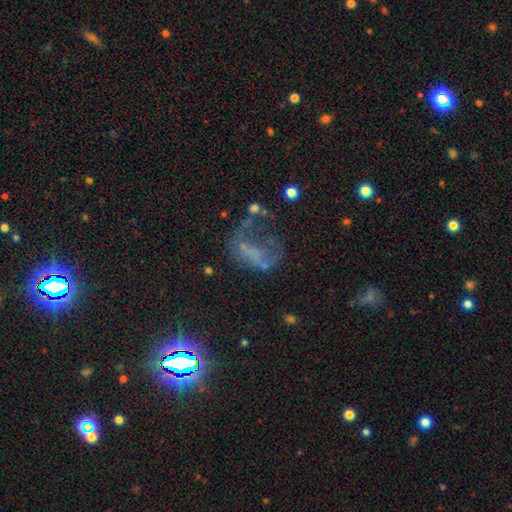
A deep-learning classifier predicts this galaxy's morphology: A featured or disk galaxy (41%).

Vote fractions:
- Smooth or featured? featured or disk: 41% / star or artifact: 30% / smooth: 29%
- Merging? major disturbance: 49% / none: 28% / minor disturbance: 16% / merger: 7%